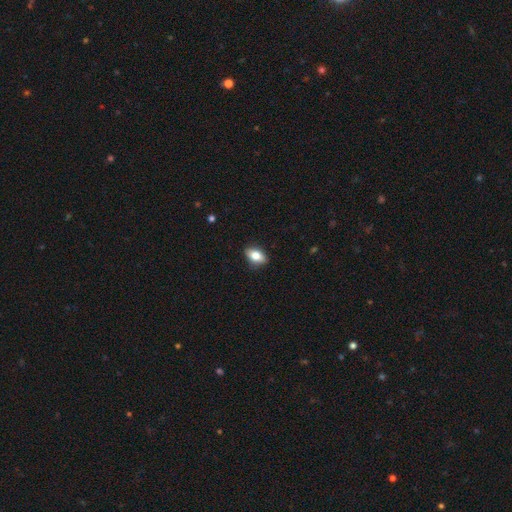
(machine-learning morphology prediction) Smooth or featured?
  - smooth: 78% *
  - featured or disk: 14%
  - star or artifact: 8%
How rounded?
  - in between: 85% *
  - round: 12%
  - cigar-shaped: 3%
Merging?
  - none: 86% *
  - minor disturbance: 11%
  - major disturbance: 2%
  - merger: 1%